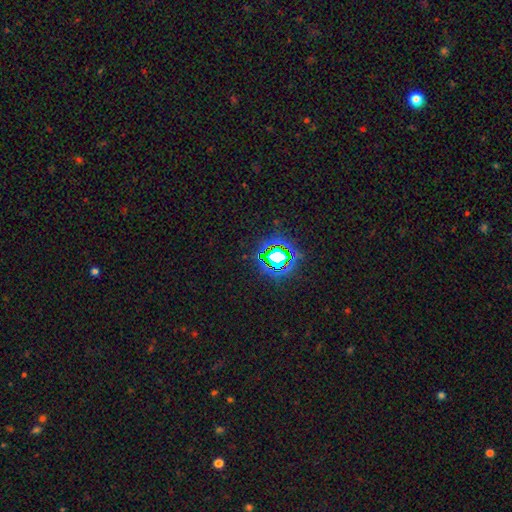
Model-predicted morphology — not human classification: A star or artifact, not a galaxy (78%).